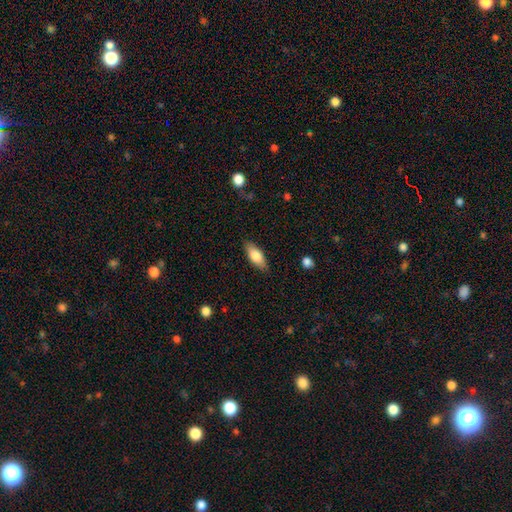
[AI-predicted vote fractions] The model was most divided on "how rounded": in between: 78%, cigar-shaped: 20%, round: 2%. More confident: merging — none (85%); smooth or featured — smooth (80%).